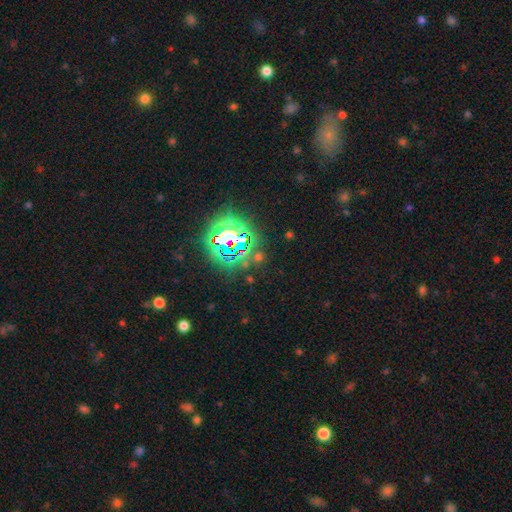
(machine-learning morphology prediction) Q: Smooth or featured?
A: star or artifact (77%); runner-up: smooth (14%)